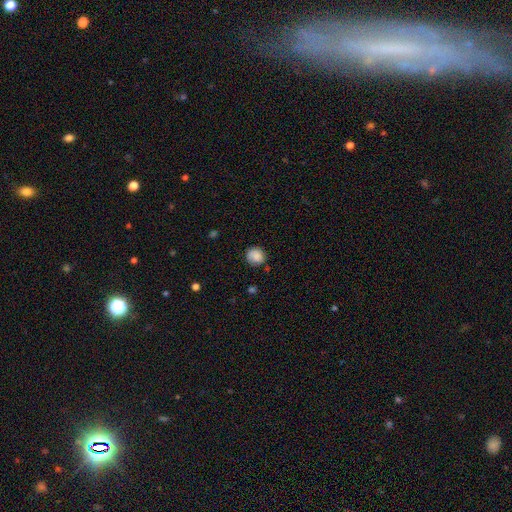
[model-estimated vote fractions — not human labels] Smooth or featured: smooth — 84% (star or artifact — 8%)
How rounded: round — 81% (in between — 18%)
Merging: none — 73% (minor disturbance — 20%)